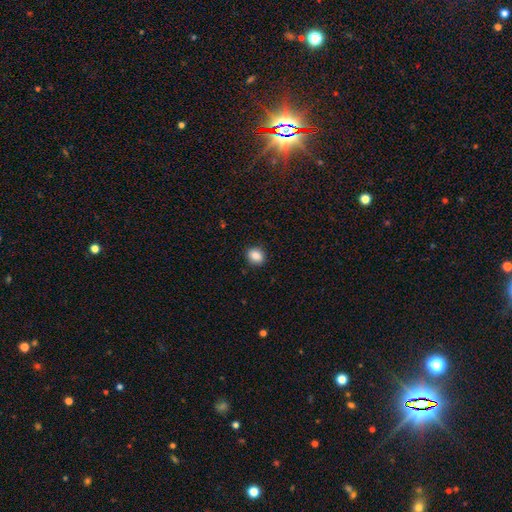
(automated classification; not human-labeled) Q: Smooth or featured?
A: smooth (88%); runner-up: star or artifact (9%)
Q: How rounded?
A: round (59%); runner-up: in between (40%)
Q: Merging?
A: none (89%); runner-up: minor disturbance (8%)